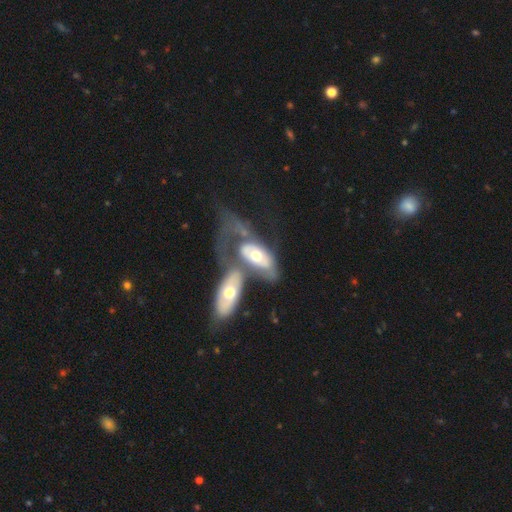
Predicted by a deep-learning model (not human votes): smooth-or-featured: featured or disk: 63% | smooth: 32% | star or artifact: 5%
  disk-edge-on: no: 87% | yes: 13%
    bar: no: 81% | weak: 14% | strong: 5%
    has-spiral-arms: no: 62% | yes: 38%
    bulge-size: moderate: 71% | large: 16% | small: 10% | dominant: 2% | none: 1%
  merging: merger: 55% | major disturbance: 22% | none: 14% | minor disturbance: 9%